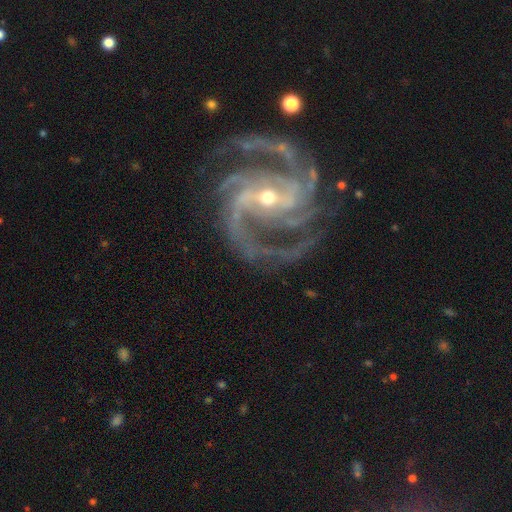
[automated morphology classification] The model was most divided on "spiral winding": medium: 51%, tight: 43%, loose: 6%. Remaining: spiral arms — yes (99%); edge-on disk — no (98%); smooth or featured — featured or disk (94%); merging — none (75%); bulge size — small (60%); bar — strong (45%); spiral arm count — 3 (39%).